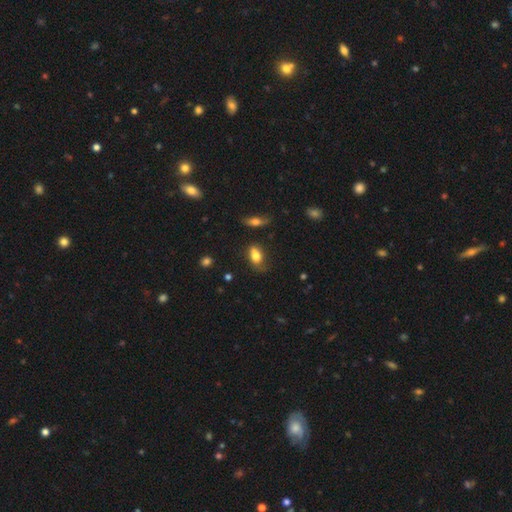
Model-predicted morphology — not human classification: smooth_or_featured: smooth (p=0.78) [alt: featured or disk p=0.13]
how_rounded: in between (p=0.85) [alt: round p=0.12]
merging: none (p=0.52) [alt: minor disturbance p=0.31]